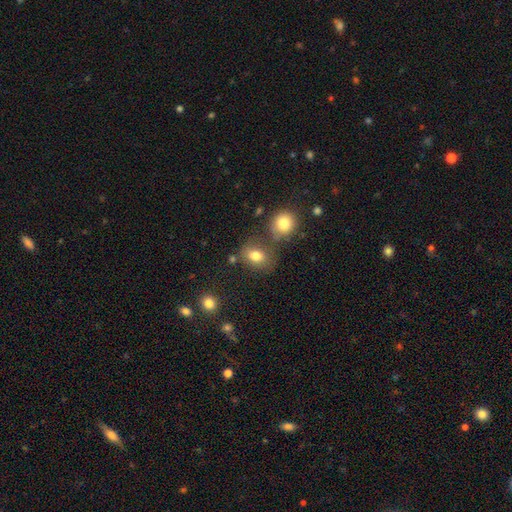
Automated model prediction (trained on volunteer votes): A smooth galaxy with no disk features (79%) that is in between round and cigar-shaped (62%).

Vote fractions:
- Smooth or featured? smooth: 79% / star or artifact: 12% / featured or disk: 9%
- How rounded? in between: 62% / round: 37% / cigar-shaped: 1%
- Merging? none: 59% / merger: 20% / minor disturbance: 16% / major disturbance: 6%